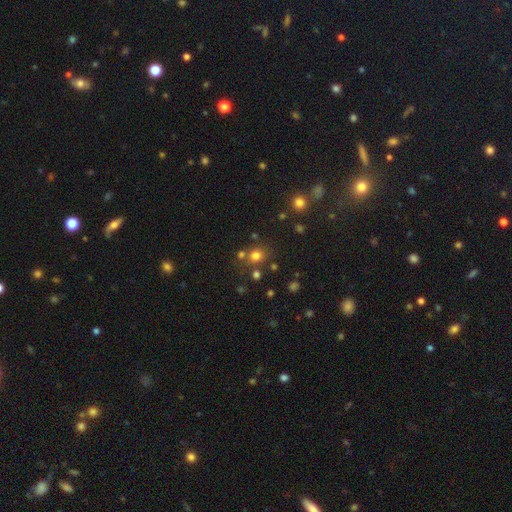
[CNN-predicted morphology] This is likely a smooth galaxy (73%). How rounded: likely round (79%). Merging: likely none (72%).